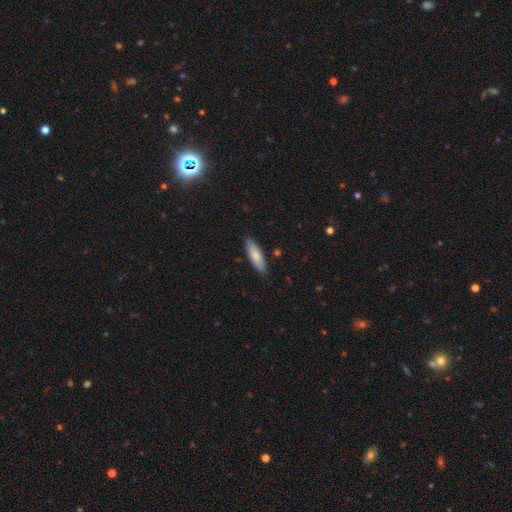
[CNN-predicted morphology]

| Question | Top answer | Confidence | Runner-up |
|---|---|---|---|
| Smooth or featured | smooth | 81% | featured or disk (14%) |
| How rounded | cigar-shaped | 50% | in between (49%) |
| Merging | none | 84% | minor disturbance (12%) |